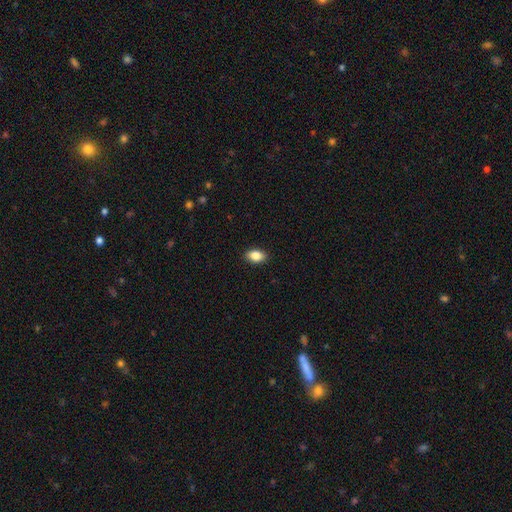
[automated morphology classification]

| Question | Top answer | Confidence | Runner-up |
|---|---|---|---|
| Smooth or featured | smooth | 86% | star or artifact (8%) |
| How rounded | in between | 87% | round (11%) |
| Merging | none | 90% | minor disturbance (8%) |